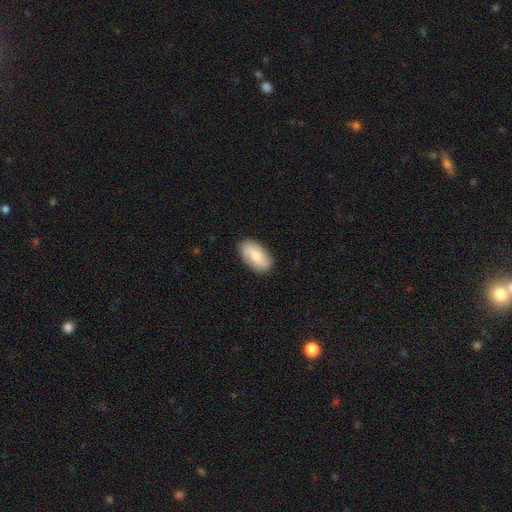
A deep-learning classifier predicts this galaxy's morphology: Overall: smooth (68%). How rounded: in between (93%). Merging: none (88%).